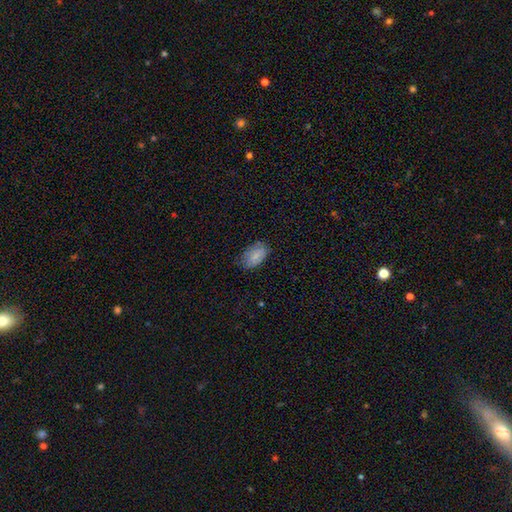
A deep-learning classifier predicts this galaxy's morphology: Overall: smooth (81%). How rounded: in between (93%). Merging: none (73%).